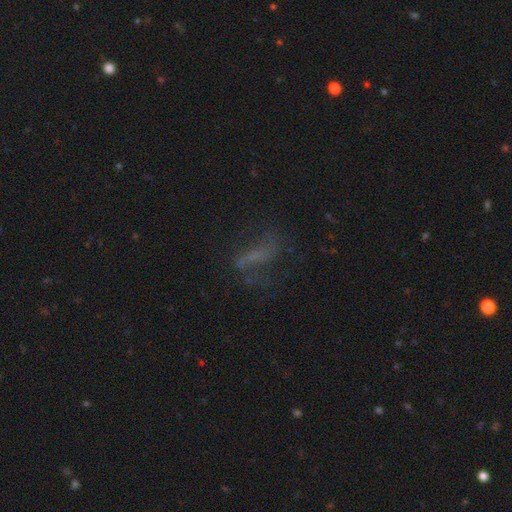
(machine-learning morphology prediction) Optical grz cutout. It shows a featured or disk galaxy (44%). Merging: none (51%).